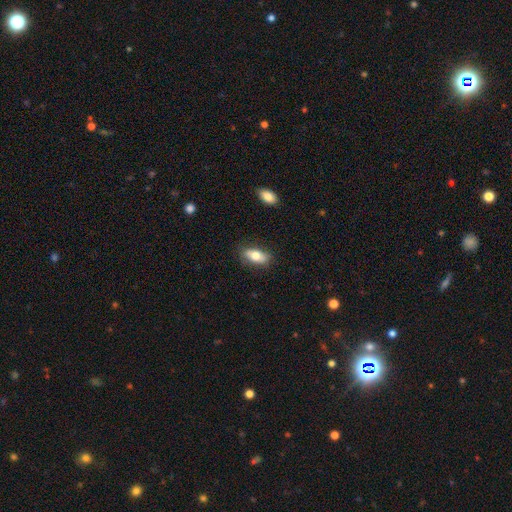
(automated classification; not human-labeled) Q: Smooth or featured?
A: smooth (72%); runner-up: featured or disk (21%)
Q: How rounded?
A: in between (85%); runner-up: cigar-shaped (11%)
Q: Merging?
A: none (81%); runner-up: minor disturbance (14%)